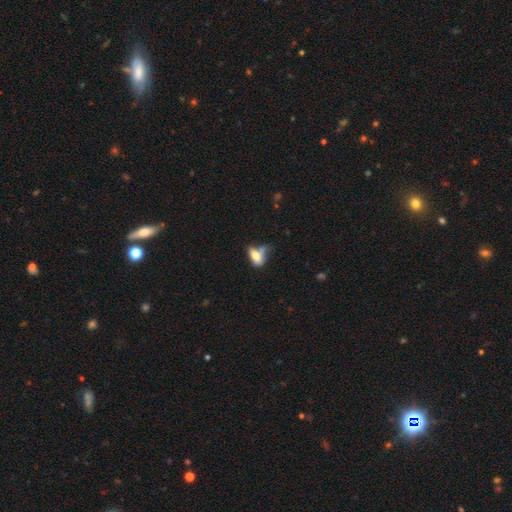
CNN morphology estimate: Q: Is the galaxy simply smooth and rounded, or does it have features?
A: smooth — 65%.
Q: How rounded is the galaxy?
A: in between — 82%.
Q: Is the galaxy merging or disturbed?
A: none — 26%, tied with merger.